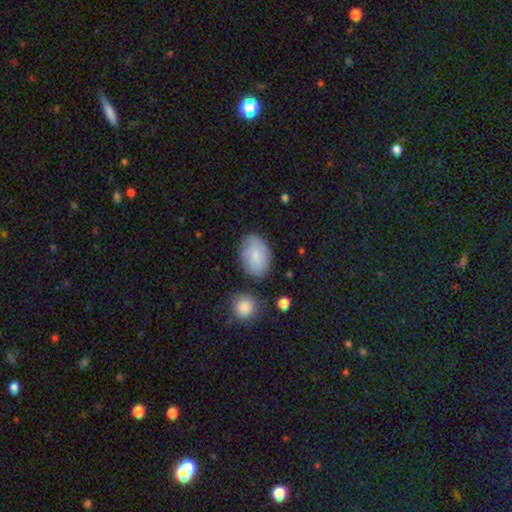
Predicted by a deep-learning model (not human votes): smooth_or_featured: smooth (p=0.78) [alt: featured or disk p=0.15]
how_rounded: in between (p=0.83) [alt: round p=0.15]
merging: none (p=0.72) [alt: minor disturbance p=0.19]